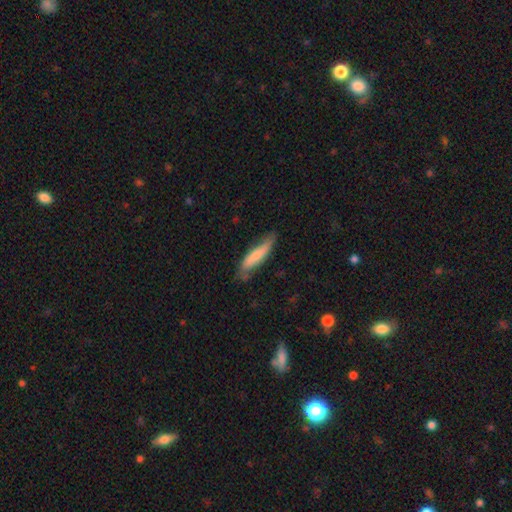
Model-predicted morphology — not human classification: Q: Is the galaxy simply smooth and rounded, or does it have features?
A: smooth — 72%.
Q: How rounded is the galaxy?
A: cigar-shaped — 81%.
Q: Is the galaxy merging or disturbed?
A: none — 60%.